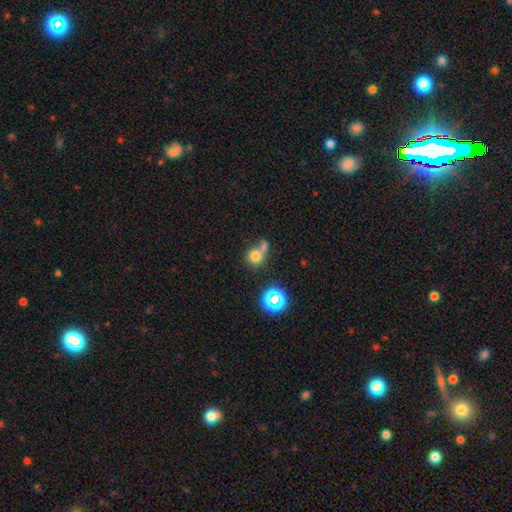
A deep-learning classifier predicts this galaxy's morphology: Smooth or featured? Predicted: smooth (p=0.71). How rounded? Predicted: round (p=0.84). Merging? Predicted: merger (p=0.41, tied with none).